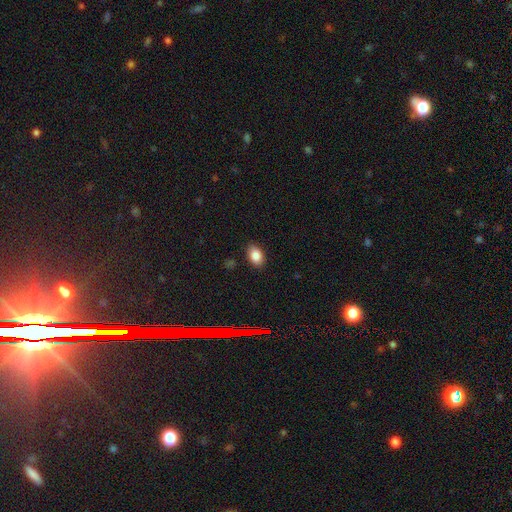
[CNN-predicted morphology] A smooth galaxy with no disk features (84%) that is in between round and cigar-shaped (86%).

Vote fractions:
- Smooth or featured? smooth: 84% / star or artifact: 10% / featured or disk: 6%
- How rounded? in between: 86% / round: 13% / cigar-shaped: 1%
- Merging? none: 86% / minor disturbance: 10% / major disturbance: 2% / merger: 1%